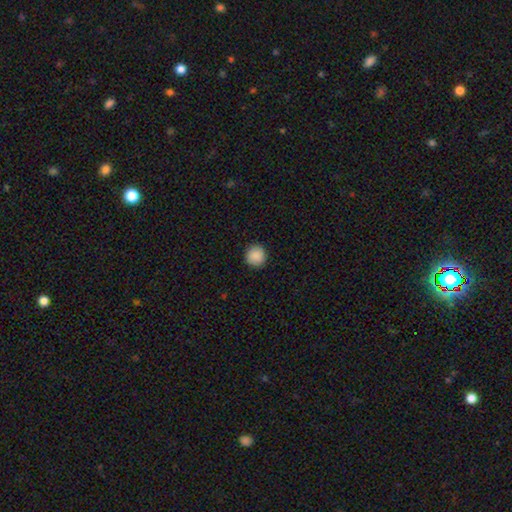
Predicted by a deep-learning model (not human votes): A smooth galaxy with no disk features (89%) that is round (94%).

Vote fractions:
- Smooth or featured? smooth: 89% / star or artifact: 8% / featured or disk: 2%
- How rounded? round: 94% / in between: 5% / cigar-shaped: 1%
- Merging? none: 92% / minor disturbance: 5% / major disturbance: 2% / merger: 1%